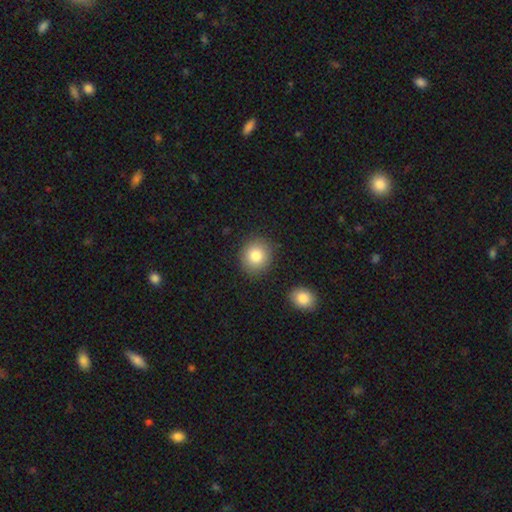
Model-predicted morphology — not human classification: smooth-or-featured: smooth: 82% | star or artifact: 9% | featured or disk: 8%
  how-rounded: round: 84% | in between: 15% | cigar-shaped: 1%
  merging: none: 87% | minor disturbance: 8% | merger: 3% | major disturbance: 2%